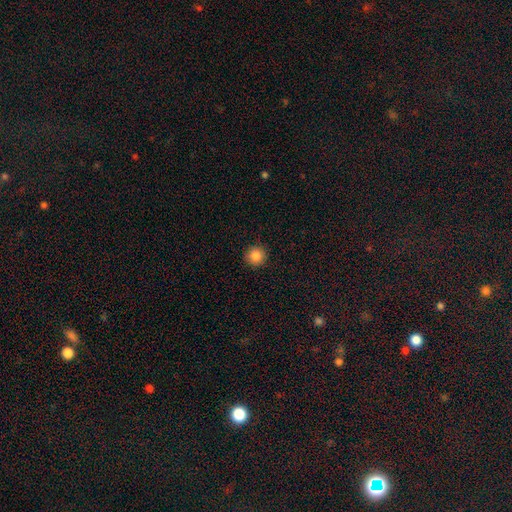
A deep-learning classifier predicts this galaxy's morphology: Overall: smooth (85%). How rounded: round (95%). Merging: none (92%).